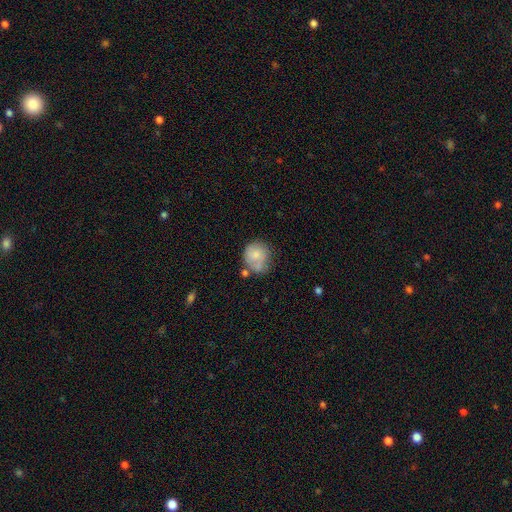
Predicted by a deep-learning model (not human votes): smooth_or_featured: smooth (p=0.71) [alt: featured or disk p=0.22]
how_rounded: round (p=0.80) [alt: in between p=0.19]
merging: none (p=0.45) [alt: minor disturbance p=0.27]